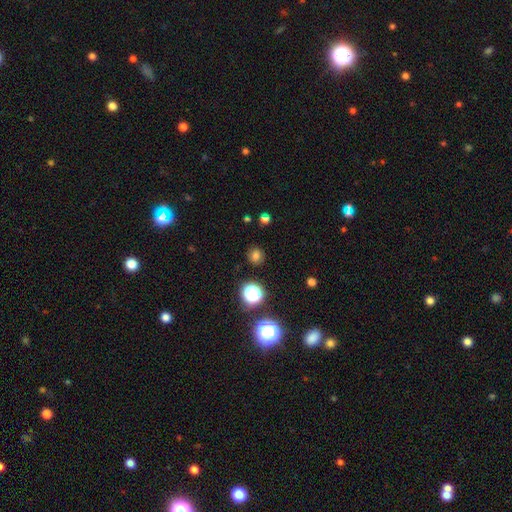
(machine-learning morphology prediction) Overall: smooth (73%). How rounded: round (87%). Merging: none (88%).